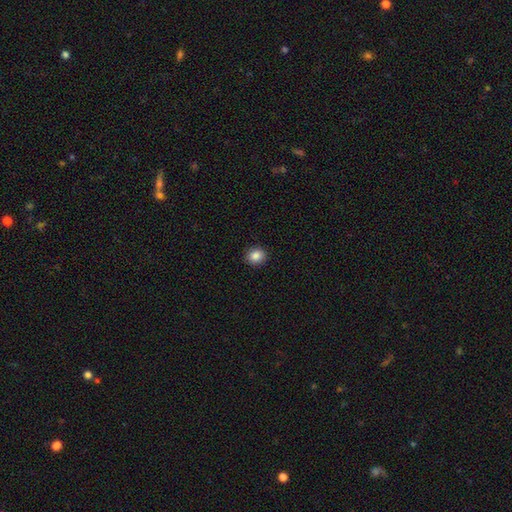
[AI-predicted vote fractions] Smooth or featured: smooth — 86% (star or artifact — 10%)
How rounded: round — 81% (in between — 18%)
Merging: none — 91% (minor disturbance — 6%)